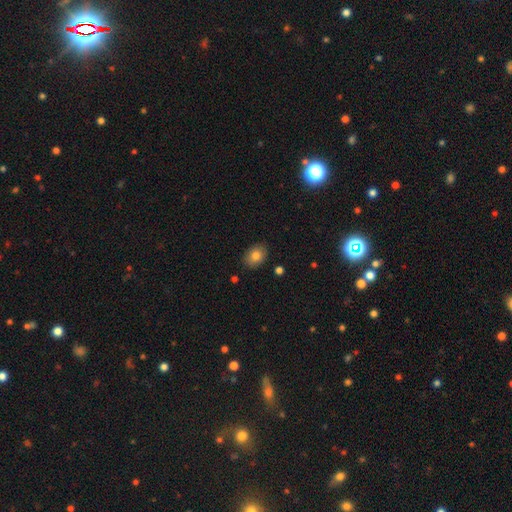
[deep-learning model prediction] This appears to be a smooth galaxy with no disk features (83%) that is in between round and cigar-shaped (74%). Merging: none (87%).